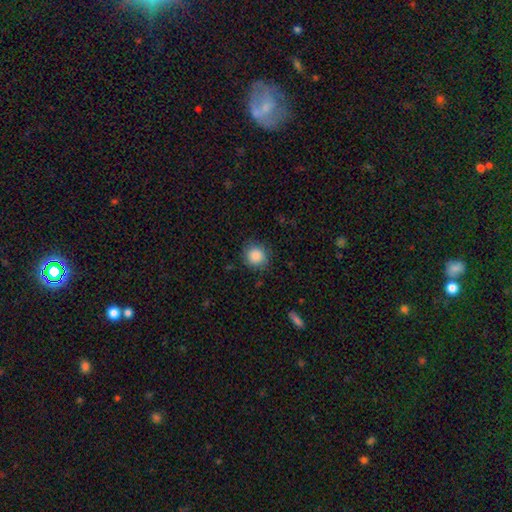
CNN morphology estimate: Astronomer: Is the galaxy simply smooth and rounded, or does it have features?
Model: smooth — 87%.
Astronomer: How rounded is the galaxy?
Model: round — 90%.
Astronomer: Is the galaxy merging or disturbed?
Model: none — 85%.